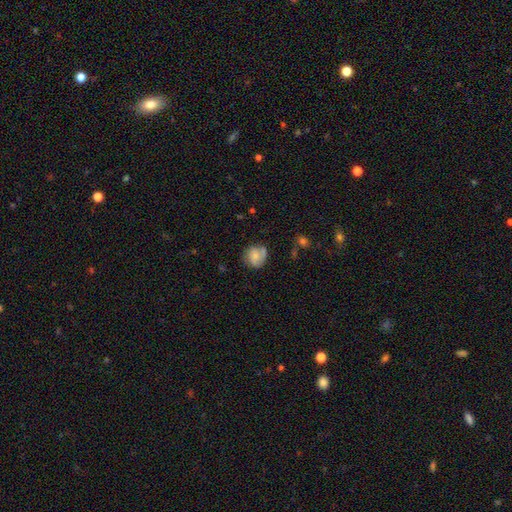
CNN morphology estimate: Smooth or featured: smooth — 60% (featured or disk — 32%)
How rounded: round — 73% (in between — 26%)
Merging: none — 57% (minor disturbance — 26%)